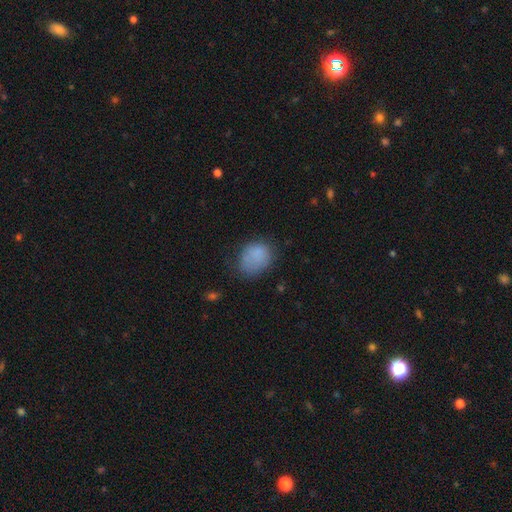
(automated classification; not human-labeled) smooth-or-featured: smooth: 80% | featured or disk: 10% | star or artifact: 10%
  how-rounded: in between: 56% | round: 43% | cigar-shaped: 1%
  merging: none: 52% | minor disturbance: 31% | major disturbance: 14% | merger: 3%